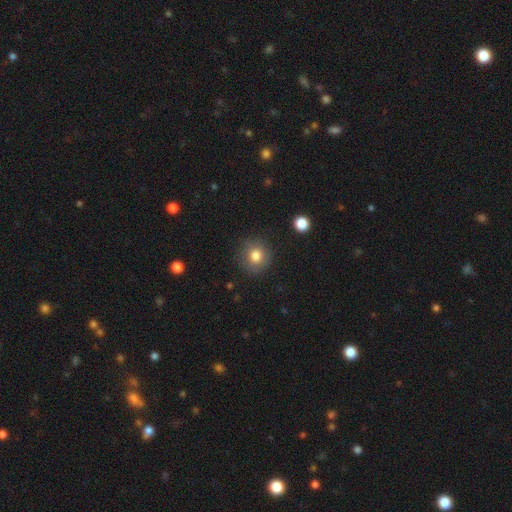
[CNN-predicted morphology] smooth-or-featured: smooth: 80% | star or artifact: 10% | featured or disk: 10%
  how-rounded: round: 90% | in between: 10% | cigar-shaped: 1%
  merging: none: 85% | minor disturbance: 10% | major disturbance: 4% | merger: 1%